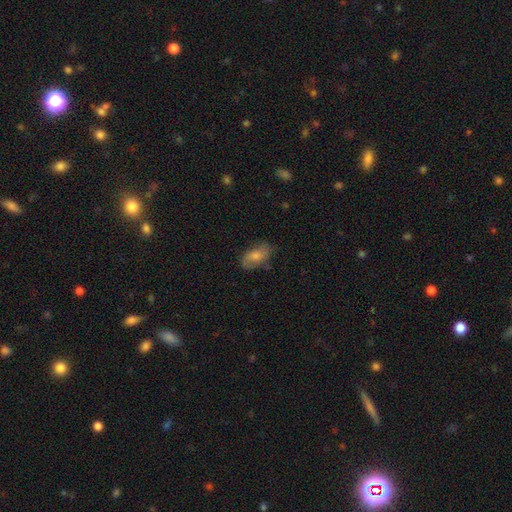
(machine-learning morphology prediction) Smooth or featured? Predicted: smooth (p=0.49). Merging? Predicted: none (p=0.75).